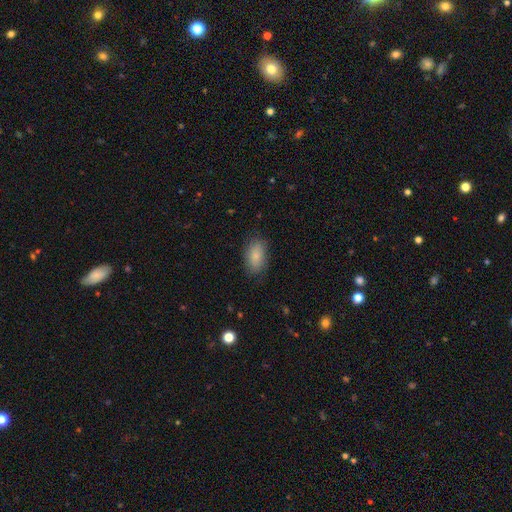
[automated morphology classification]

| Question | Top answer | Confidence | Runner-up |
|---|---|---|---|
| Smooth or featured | smooth | 84% | featured or disk (8%) |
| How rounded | in between | 91% | round (6%) |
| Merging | none | 81% | minor disturbance (14%) |